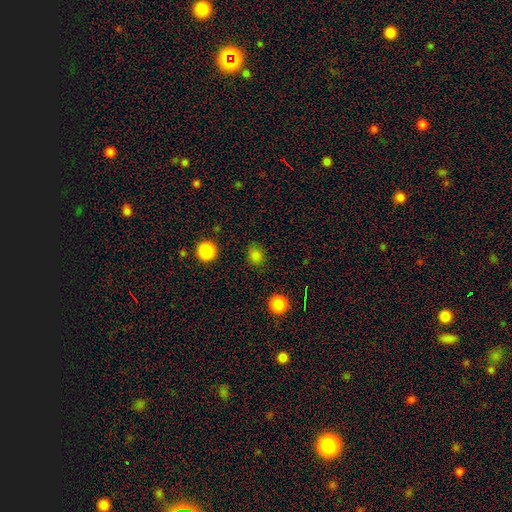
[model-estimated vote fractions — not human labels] This appears to be a smooth galaxy with no disk features (79%) that is round (74%). Merging: none (86%).